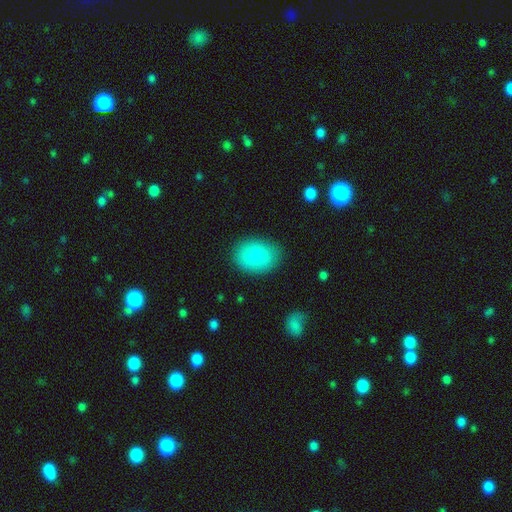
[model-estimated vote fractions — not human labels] Q: Smooth or featured?
A: smooth (81%); runner-up: featured or disk (12%)
Q: How rounded?
A: in between (68%); runner-up: round (31%)
Q: Merging?
A: none (83%); runner-up: minor disturbance (12%)